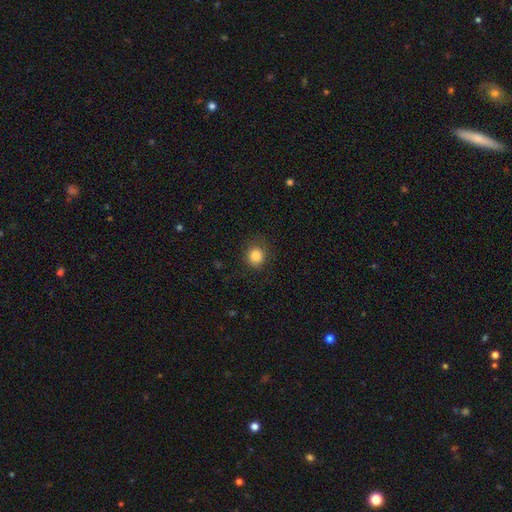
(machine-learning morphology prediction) Smooth or featured?
  - smooth: 84% *
  - star or artifact: 10%
  - featured or disk: 6%
How rounded?
  - round: 85% *
  - in between: 14%
  - cigar-shaped: 1%
Merging?
  - none: 80% *
  - minor disturbance: 13%
  - major disturbance: 5%
  - merger: 1%